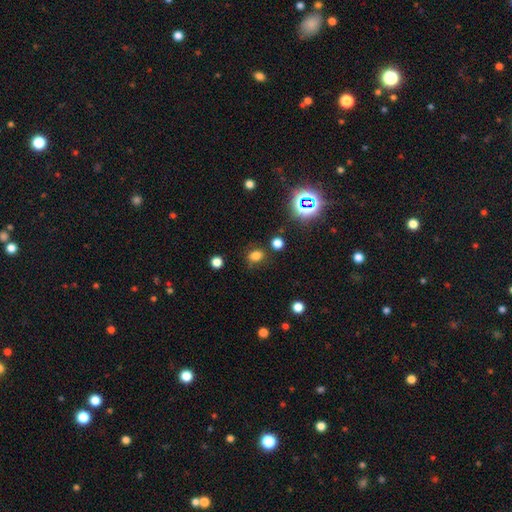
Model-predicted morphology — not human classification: This is likely a smooth galaxy (74%). How rounded: possibly round (50%). Merging: likely none (75%).